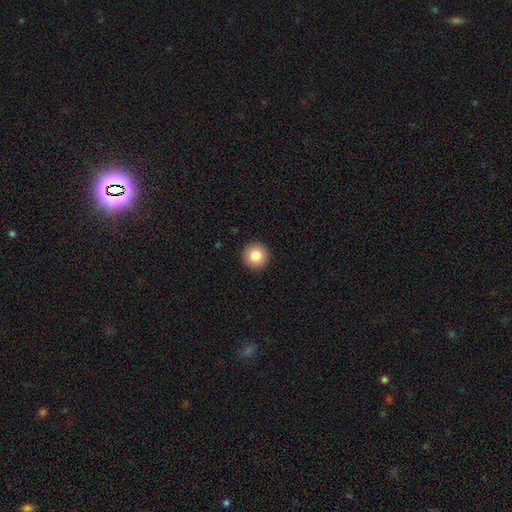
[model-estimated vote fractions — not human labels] The model was most divided on "smooth or featured": smooth: 85%, star or artifact: 9%, featured or disk: 6%. More confident: how rounded — round (95%); merging — none (93%).